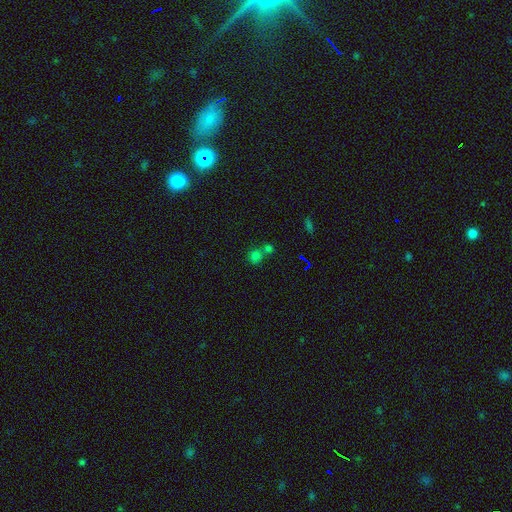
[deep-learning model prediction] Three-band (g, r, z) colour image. It shows a smooth galaxy with no disk features (68%) that is round (85%). Merging: none (55%).